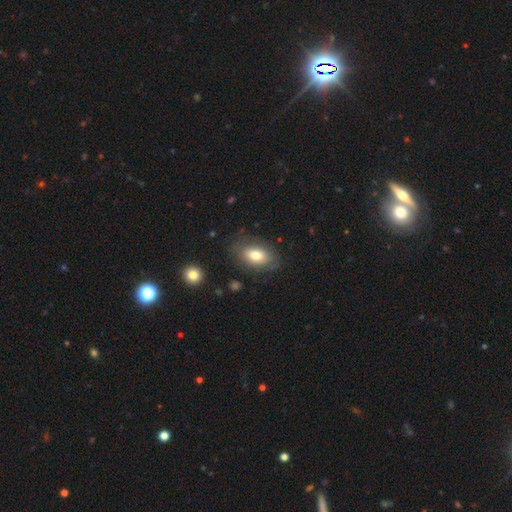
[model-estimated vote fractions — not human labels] This appears to be a smooth galaxy with no disk features (75%) that is in between round and cigar-shaped (88%). Merging: none (78%).